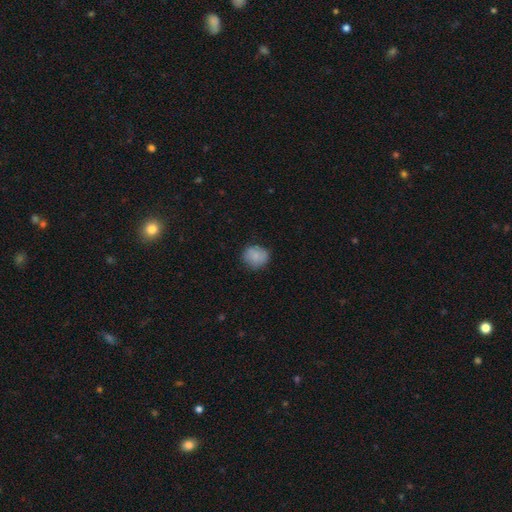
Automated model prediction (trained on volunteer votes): smooth_or_featured: smooth (p=0.83) [alt: featured or disk p=0.09]
how_rounded: round (p=0.82) [alt: in between p=0.17]
merging: none (p=0.80) [alt: minor disturbance p=0.16]